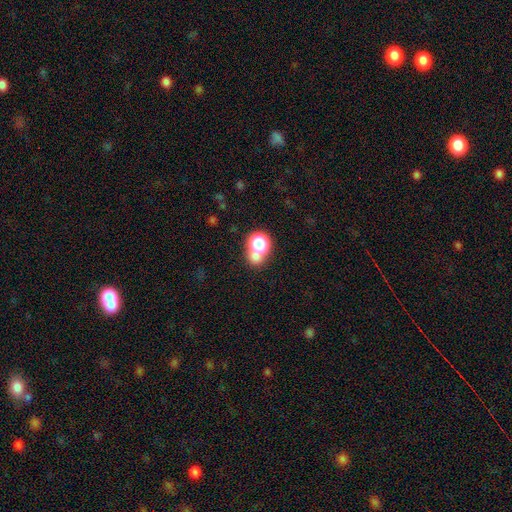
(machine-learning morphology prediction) This appears to be a smooth galaxy with no disk features (64%) that is round (73%). Merging: none (48%).